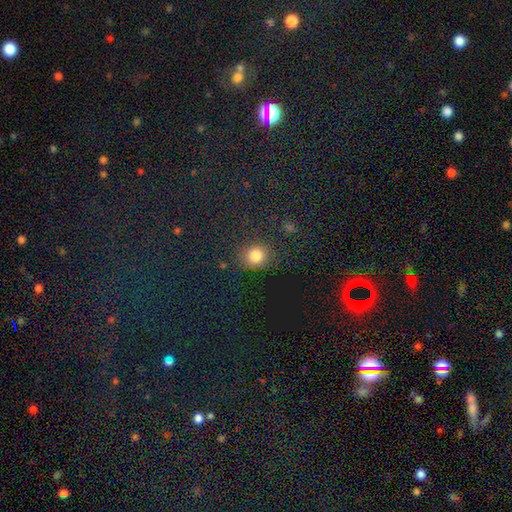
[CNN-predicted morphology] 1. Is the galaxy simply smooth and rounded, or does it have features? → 78% smooth, 17% star or artifact, 6% featured or disk.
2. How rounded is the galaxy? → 80% round, 19% in between, 1% cigar-shaped.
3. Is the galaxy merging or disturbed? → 81% none, 11% minor disturbance, 5% major disturbance, 3% merger.